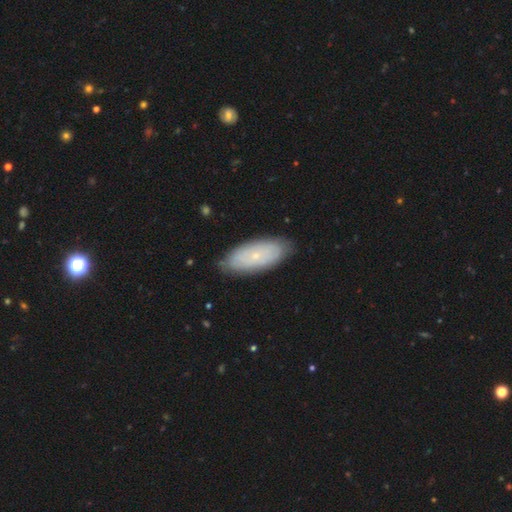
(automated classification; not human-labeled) This is possibly a smooth galaxy (51%). How rounded: clearly in between (87%). Merging: clearly none (84%).